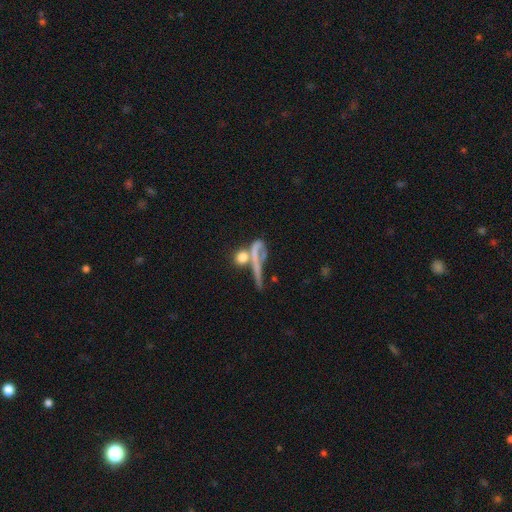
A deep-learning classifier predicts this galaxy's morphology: This appears to be a smooth galaxy with no disk features (47%). Merging: none (36%).